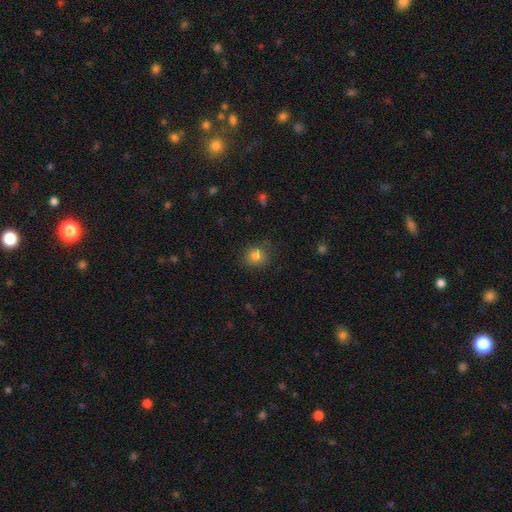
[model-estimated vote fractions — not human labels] Smooth or featured: smooth — 82% (star or artifact — 12%)
How rounded: round — 75% (in between — 24%)
Merging: none — 77% (minor disturbance — 16%)